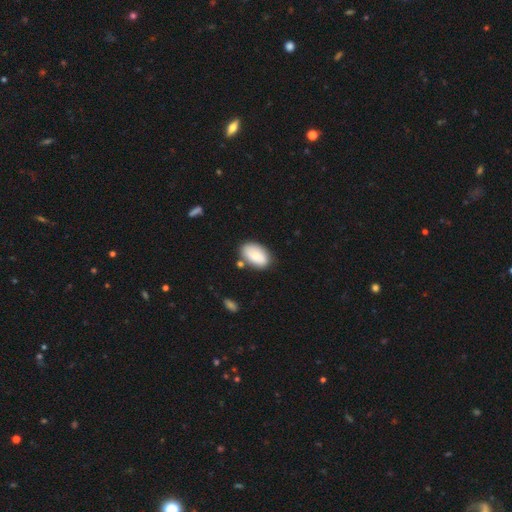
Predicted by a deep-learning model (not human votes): smooth 78%, featured or disk 15%, star or artifact 6%. Down the decision tree: how rounded — in between (93%); merging — none (73%).